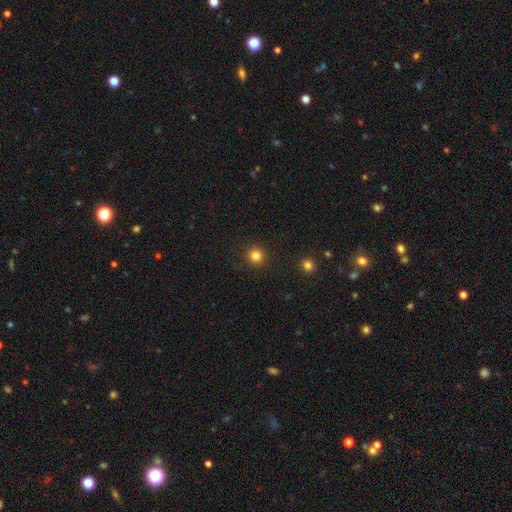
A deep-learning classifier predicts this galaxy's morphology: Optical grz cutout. It shows a smooth galaxy with no disk features (82%) that is round (93%). Merging: none (91%).